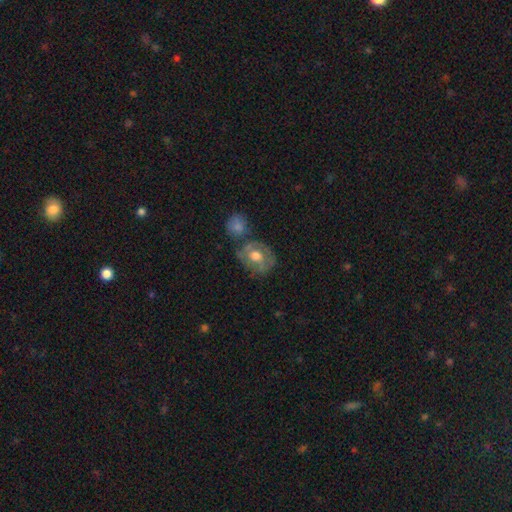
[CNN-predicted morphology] featured or disk 48%, smooth 45%, star or artifact 7%. Down the decision tree: merging — none (56%).